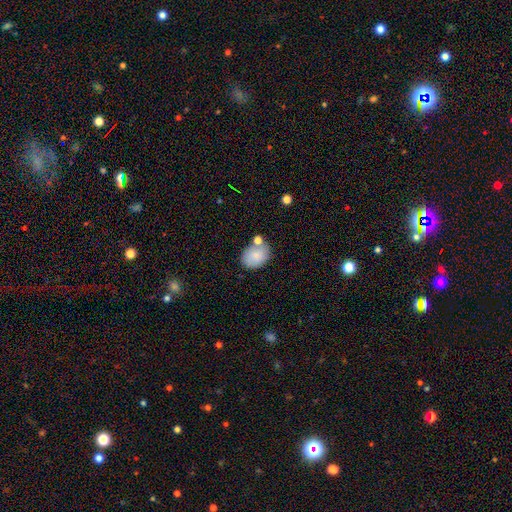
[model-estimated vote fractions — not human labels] Overall: smooth (84%). How rounded: in between (66%; round 33%). Merging: none (61%).